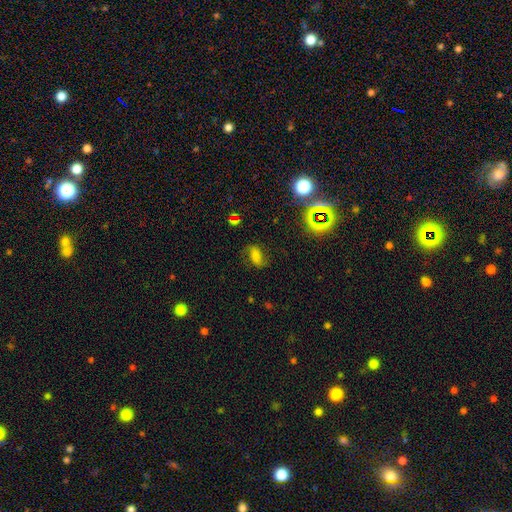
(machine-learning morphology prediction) smooth 42%, featured or disk 38%, star or artifact 20%. Down the decision tree: merging — none (70%).